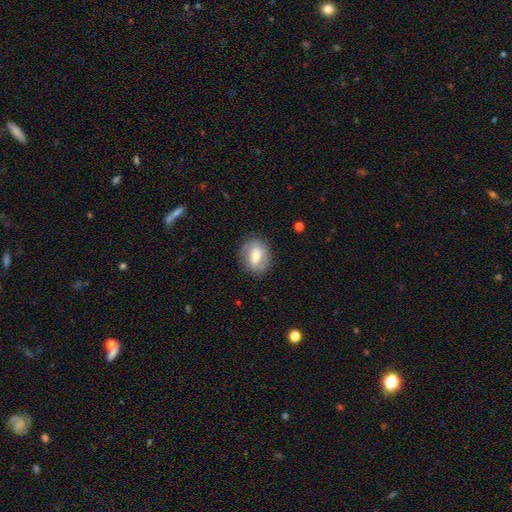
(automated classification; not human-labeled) Q: Smooth or featured?
A: featured or disk (51%); runner-up: smooth (42%)
Q: Edge-on disk?
A: no (94%); runner-up: yes (6%)
Q: Merging?
A: none (83%); runner-up: minor disturbance (12%)